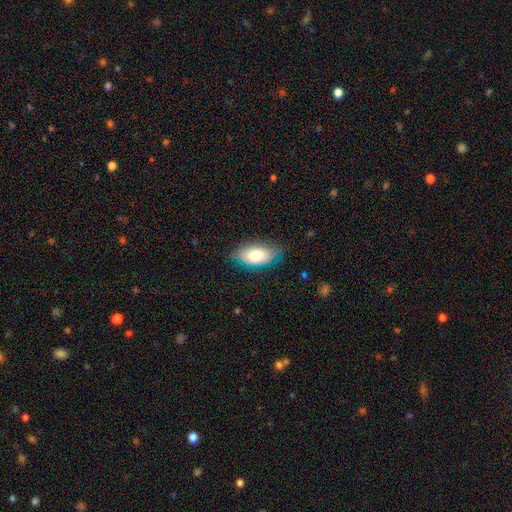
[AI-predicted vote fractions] smooth-or-featured: smooth: 70% | featured or disk: 23% | star or artifact: 7%
  how-rounded: in between: 92% | round: 5% | cigar-shaped: 4%
  merging: none: 71% | minor disturbance: 22% | major disturbance: 5% | merger: 1%